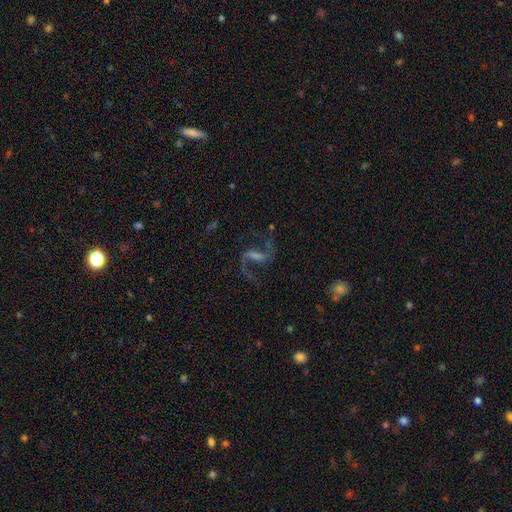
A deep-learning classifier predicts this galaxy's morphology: Smooth or featured? Predicted: featured or disk (p=0.88). Edge-on disk? Predicted: no (p=0.97). Bar? Predicted: weak (p=0.47). Spiral arms? Predicted: yes (p=0.97). Spiral winding? Predicted: loose (p=0.63). Spiral arm count? Predicted: 2 (p=0.93). Bulge size? Predicted: small (p=0.35). Merging? Predicted: none (p=0.76).